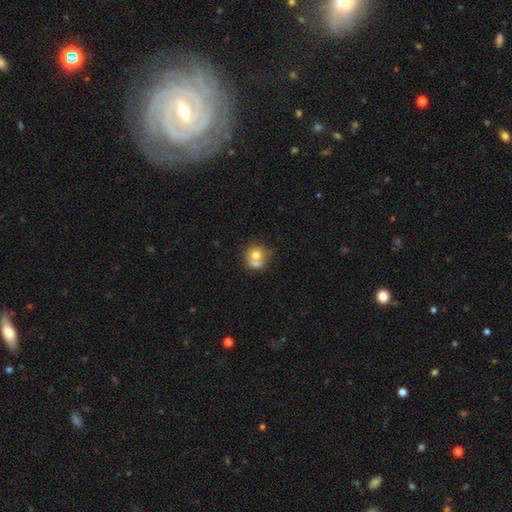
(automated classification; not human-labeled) Morphology: type=smooth (69%); roundness=round (83%); merging=merger (46%).